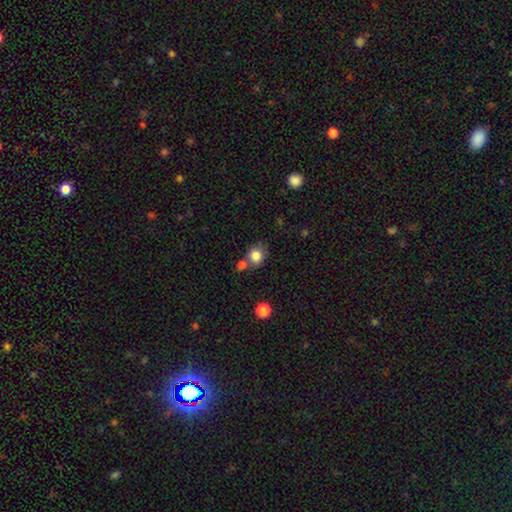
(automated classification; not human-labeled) Smooth or featured?
  - smooth: 83% *
  - star or artifact: 10%
  - featured or disk: 7%
How rounded?
  - round: 72% *
  - in between: 27%
  - cigar-shaped: 1%
Merging?
  - none: 55% *
  - merger: 26%
  - minor disturbance: 14%
  - major disturbance: 5%